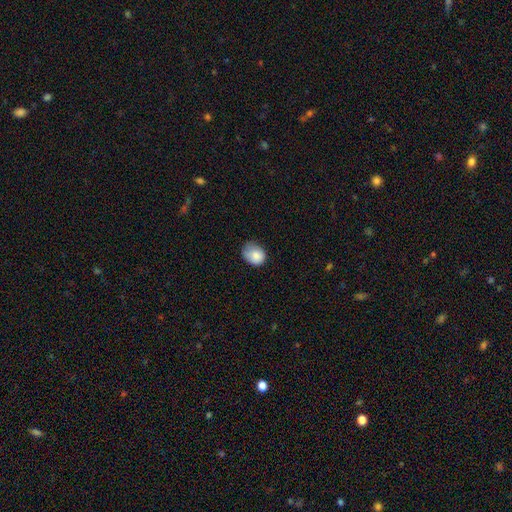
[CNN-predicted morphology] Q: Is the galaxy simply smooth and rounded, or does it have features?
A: smooth — 83%.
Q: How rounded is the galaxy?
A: in between — 50%.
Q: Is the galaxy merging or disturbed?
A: none — 44%.